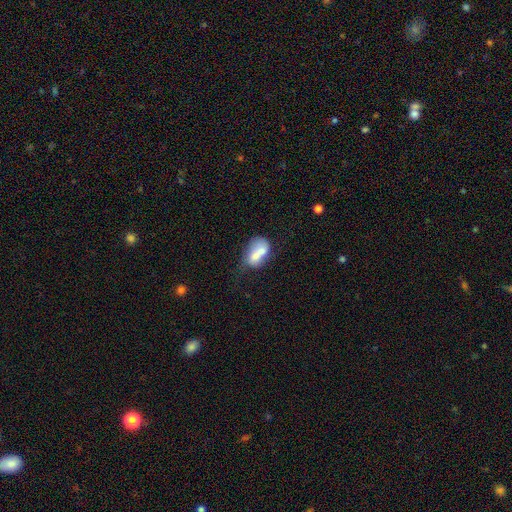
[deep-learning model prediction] This appears to be a smooth galaxy with no disk features (63%) that is in between round and cigar-shaped (74%). Merging: merger (65%).